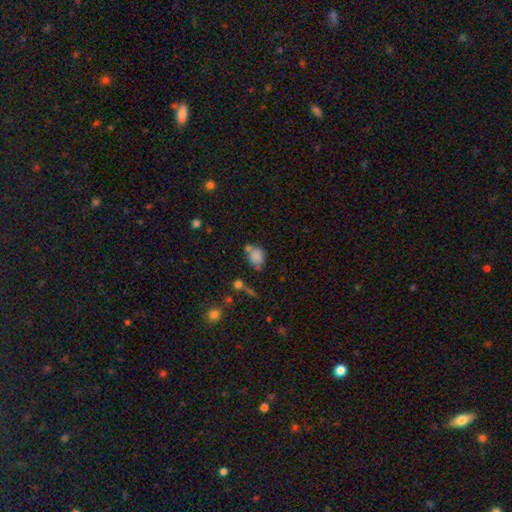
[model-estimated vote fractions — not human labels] Q: Smooth or featured?
A: smooth (80%); runner-up: star or artifact (12%)
Q: How rounded?
A: round (49%); tied with: in between (49%)
Q: Merging?
A: none (50%); runner-up: merger (24%)